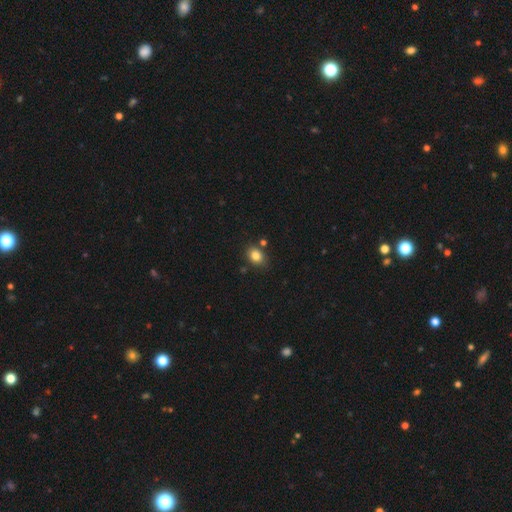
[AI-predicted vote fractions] This appears to be a smooth galaxy with no disk features (83%) that is in between round and cigar-shaped (58%). Merging: none (78%).